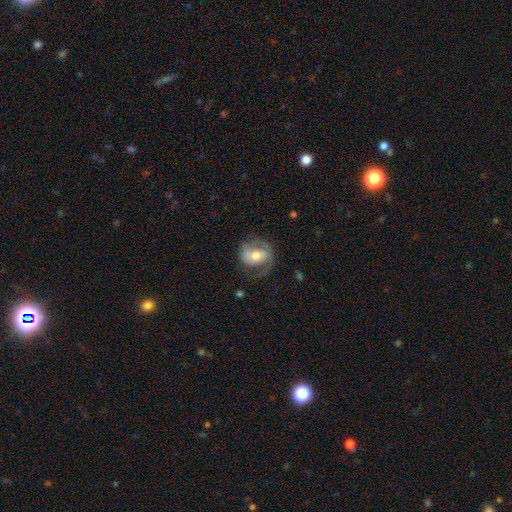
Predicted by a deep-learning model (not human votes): Q: Smooth or featured?
A: featured or disk (60%); runner-up: smooth (33%)
Q: Edge-on disk?
A: no (96%); runner-up: yes (4%)
Q: Bar?
A: no (38%); runner-up: weak (35%)
Q: Spiral arms?
A: yes (79%); runner-up: no (21%)
Q: Bulge size?
A: moderate (65%); runner-up: small (24%)
Q: Merging?
A: none (61%); runner-up: minor disturbance (21%)